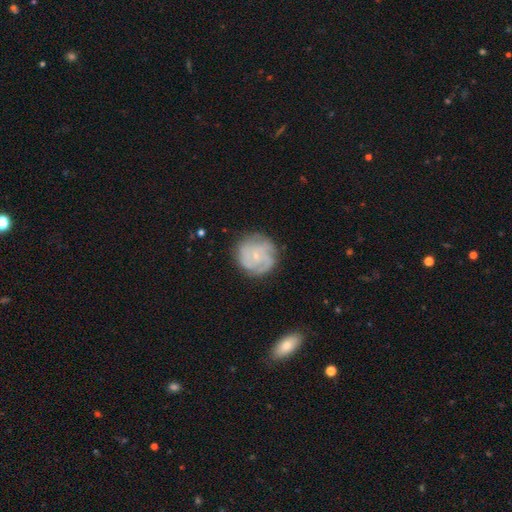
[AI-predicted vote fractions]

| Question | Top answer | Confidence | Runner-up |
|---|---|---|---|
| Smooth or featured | featured or disk | 70% | smooth (23%) |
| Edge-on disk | no | 98% | yes (2%) |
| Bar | no | 77% | weak (20%) |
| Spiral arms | yes | 89% | no (11%) |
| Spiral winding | tight | 59% | medium (31%) |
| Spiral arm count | can't tell | 33% | 3 (29%) |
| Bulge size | small | 79% | moderate (15%) |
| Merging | none | 74% | minor disturbance (18%) |